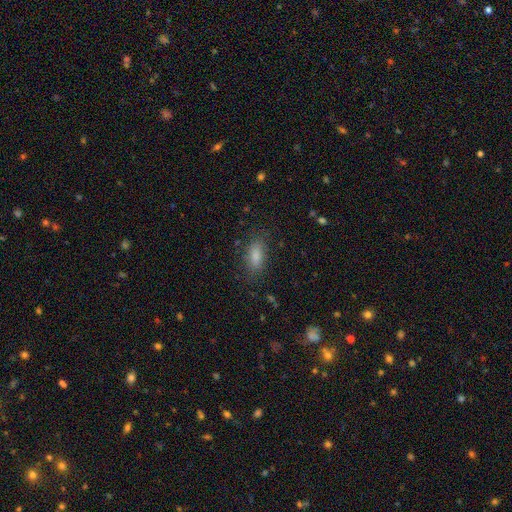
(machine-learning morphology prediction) smooth-or-featured: smooth: 84% | star or artifact: 9% | featured or disk: 7%
  how-rounded: in between: 84% | cigar-shaped: 12% | round: 4%
  merging: none: 81% | minor disturbance: 13% | major disturbance: 5% | merger: 1%